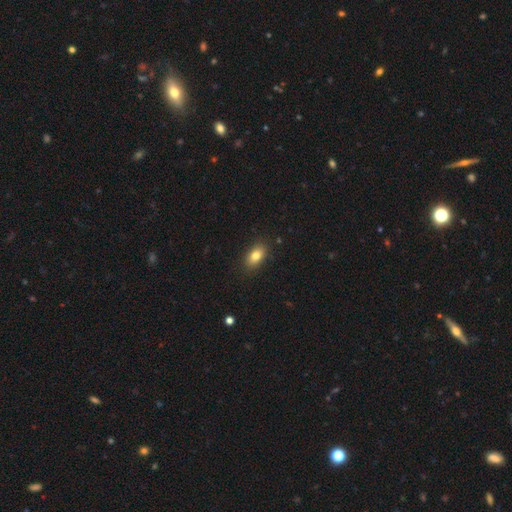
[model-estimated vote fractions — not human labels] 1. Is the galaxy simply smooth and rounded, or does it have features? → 83% smooth, 9% featured or disk, 8% star or artifact.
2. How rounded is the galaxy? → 88% in between, 9% round, 3% cigar-shaped.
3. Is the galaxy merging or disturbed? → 87% none, 9% minor disturbance, 2% major disturbance, 1% merger.